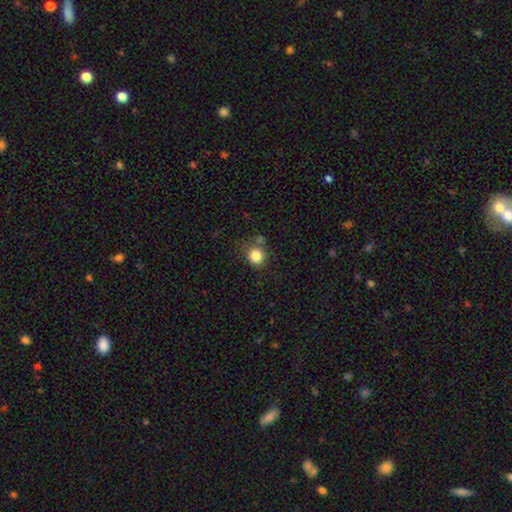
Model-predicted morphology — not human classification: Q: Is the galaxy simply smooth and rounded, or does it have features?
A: smooth — 84%.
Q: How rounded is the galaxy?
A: round — 85%.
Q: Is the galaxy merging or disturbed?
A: none — 70%.